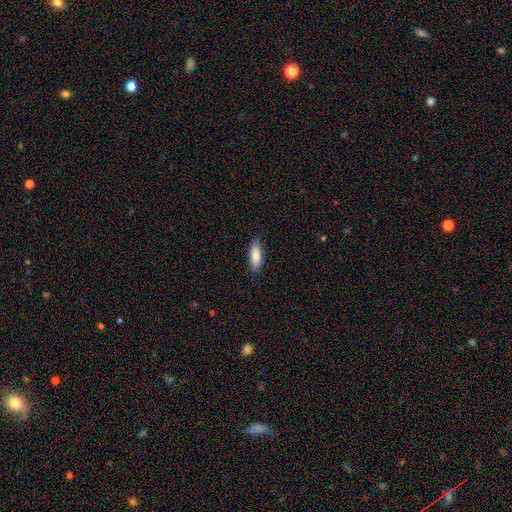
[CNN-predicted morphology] Overall: smooth (79%). How rounded: in between (63%; cigar-shaped 35%). Merging: none (86%).